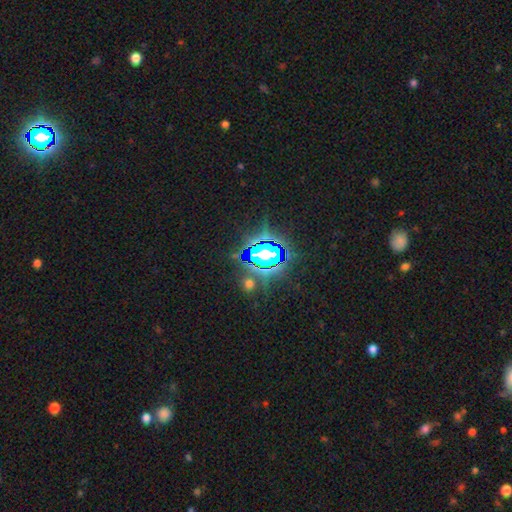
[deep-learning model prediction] Morphology: type=star or artifact (78%).